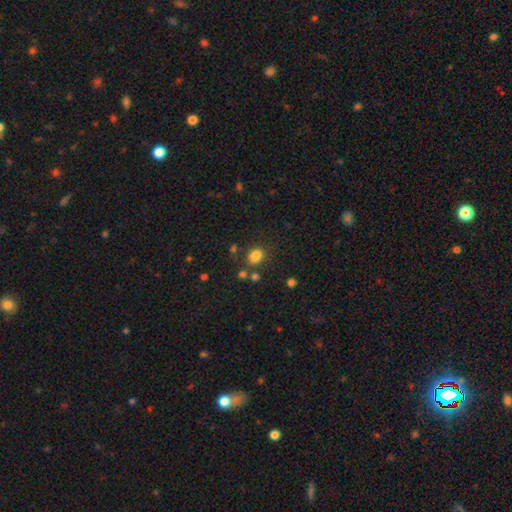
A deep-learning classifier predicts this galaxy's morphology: smooth 81%, star or artifact 14%, featured or disk 5%. Down the decision tree: how rounded — in between (55%); merging — none (73%).